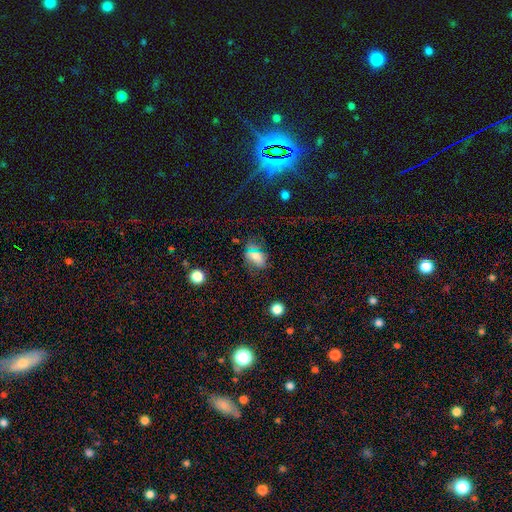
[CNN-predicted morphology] Smooth or featured?
  - smooth: 61% *
  - star or artifact: 26%
  - featured or disk: 13%
How rounded?
  - in between: 66% *
  - round: 30%
  - cigar-shaped: 4%
Merging?
  - none: 67% *
  - minor disturbance: 19%
  - major disturbance: 10%
  - merger: 4%